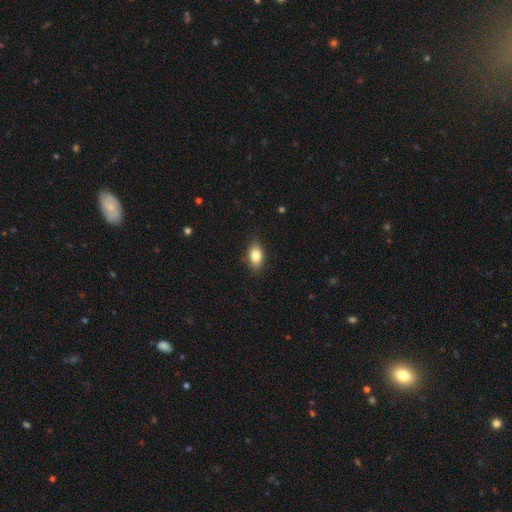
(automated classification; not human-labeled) smooth 83%, featured or disk 9%, star or artifact 8%. Down the decision tree: how rounded — in between (86%); merging — none (85%).